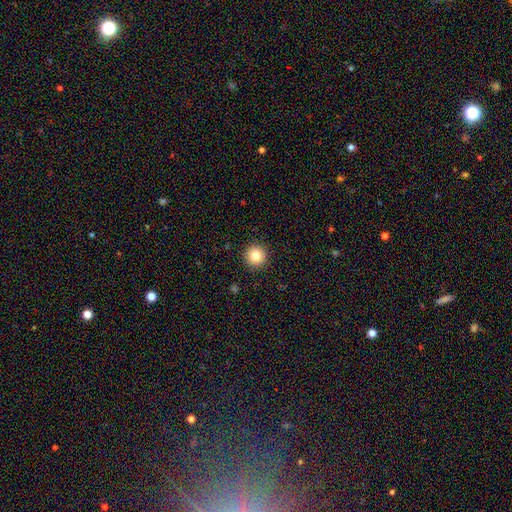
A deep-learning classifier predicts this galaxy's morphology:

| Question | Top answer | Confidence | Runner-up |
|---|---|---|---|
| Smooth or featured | smooth | 84% | star or artifact (10%) |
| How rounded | round | 95% | in between (4%) |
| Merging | none | 93% | minor disturbance (5%) |